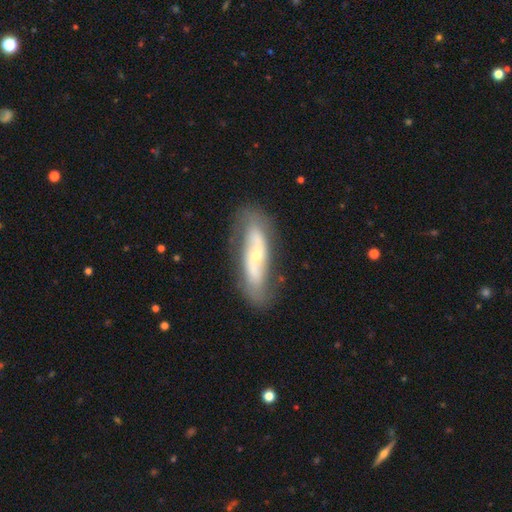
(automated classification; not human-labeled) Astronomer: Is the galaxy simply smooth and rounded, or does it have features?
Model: featured or disk — 75%.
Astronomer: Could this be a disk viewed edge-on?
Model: no — 83%.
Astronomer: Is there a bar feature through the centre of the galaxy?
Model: no — 45% (runner-up: weak, 30%).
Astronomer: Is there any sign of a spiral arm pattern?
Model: yes — 82%.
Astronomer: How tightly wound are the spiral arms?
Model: loose — 55%.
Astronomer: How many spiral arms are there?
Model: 2 — 84%.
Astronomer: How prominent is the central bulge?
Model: small — 66%.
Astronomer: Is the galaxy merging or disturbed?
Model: none — 74%.